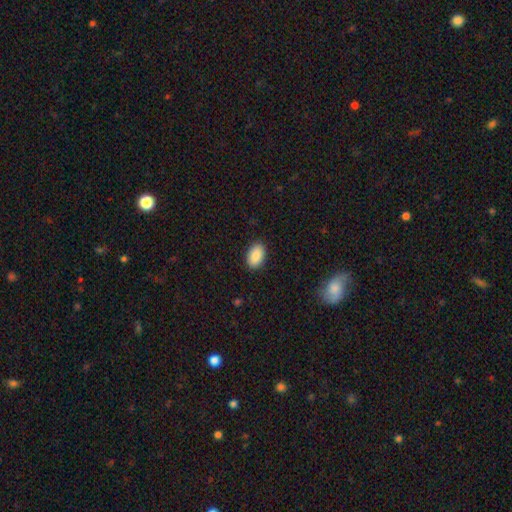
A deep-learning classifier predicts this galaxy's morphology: smooth-or-featured: smooth: 89% | star or artifact: 7% | featured or disk: 4%
  how-rounded: in between: 92% | round: 7% | cigar-shaped: 1%
  merging: none: 89% | minor disturbance: 8% | major disturbance: 2% | merger: 1%